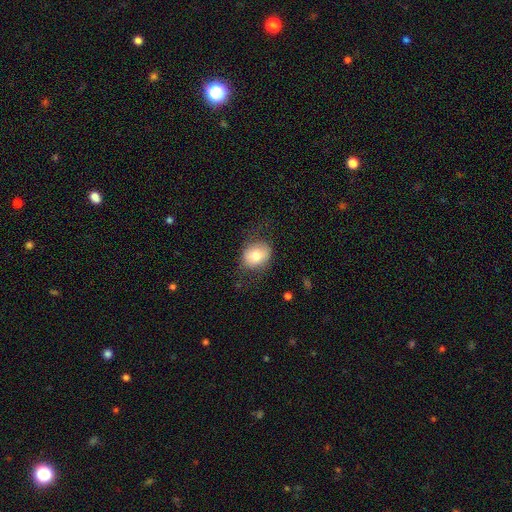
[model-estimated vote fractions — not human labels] This is likely a smooth galaxy (72%). How rounded: possibly in between (54%). Merging: likely none (67%).